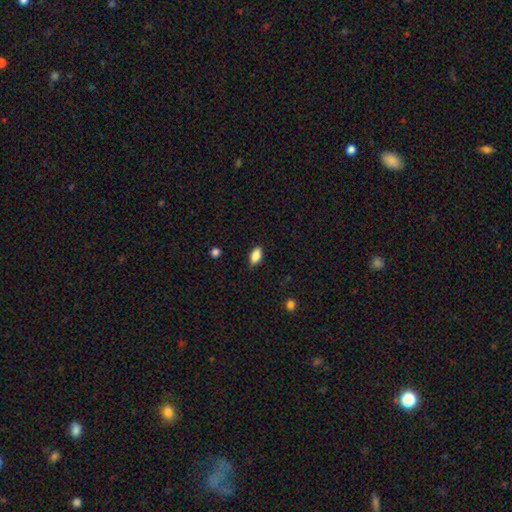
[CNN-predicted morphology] A smooth galaxy with no disk features (86%) that is in between round and cigar-shaped (90%). Merging: none (84%).